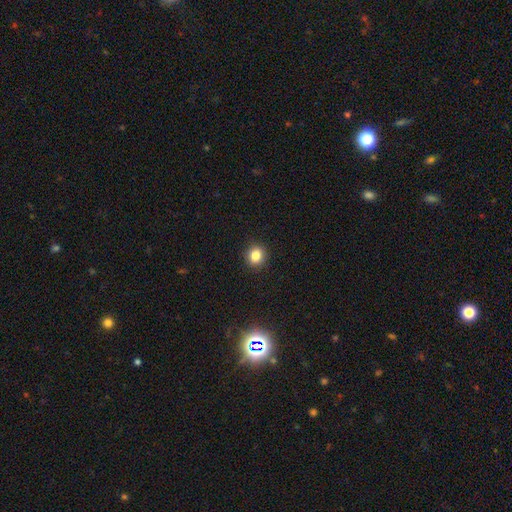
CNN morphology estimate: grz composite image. It shows a smooth galaxy with no disk features (83%) that is round (85%). Merging: none (92%).